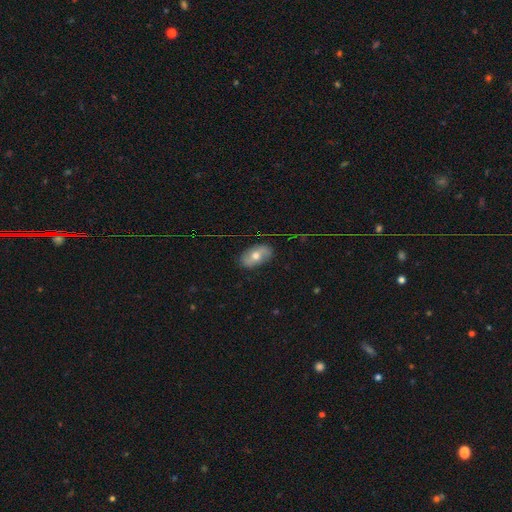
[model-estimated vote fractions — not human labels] This appears to be a smooth galaxy with no disk features (57%) that is in between round and cigar-shaped (90%). Merging: none (82%).